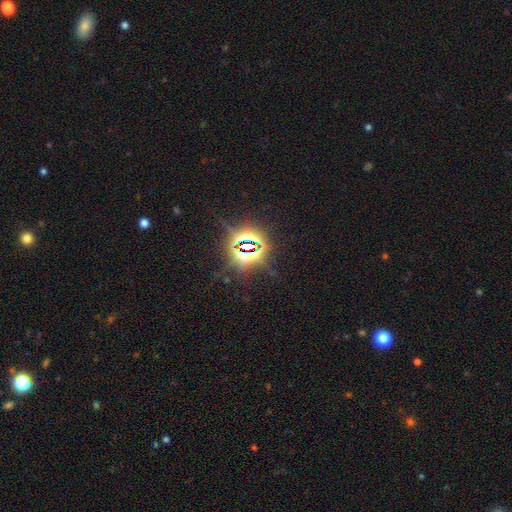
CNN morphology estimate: This is clearly a star or artifact rather than a galaxy (85%).